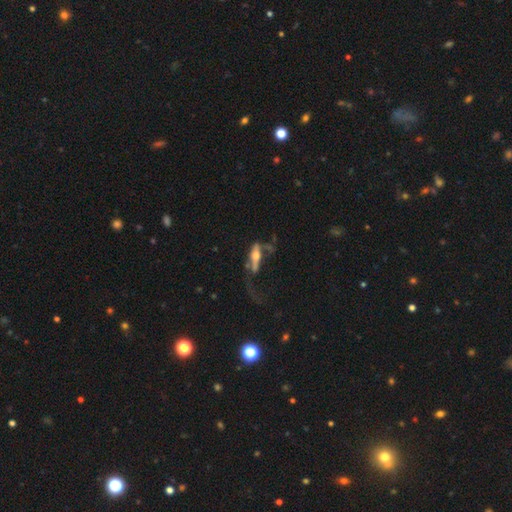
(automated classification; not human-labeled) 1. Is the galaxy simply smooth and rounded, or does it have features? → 58% featured or disk, 34% smooth, 8% star or artifact.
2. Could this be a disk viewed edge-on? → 70% yes, 30% no.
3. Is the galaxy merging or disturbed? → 47% major disturbance, 26% none, 17% minor disturbance, 10% merger.